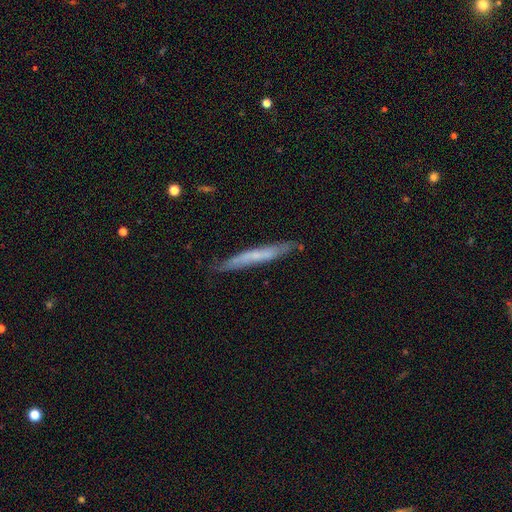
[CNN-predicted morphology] smooth_or_featured: featured or disk (p=0.49) [alt: smooth p=0.45]
merging: none (p=0.79) [alt: minor disturbance p=0.16]